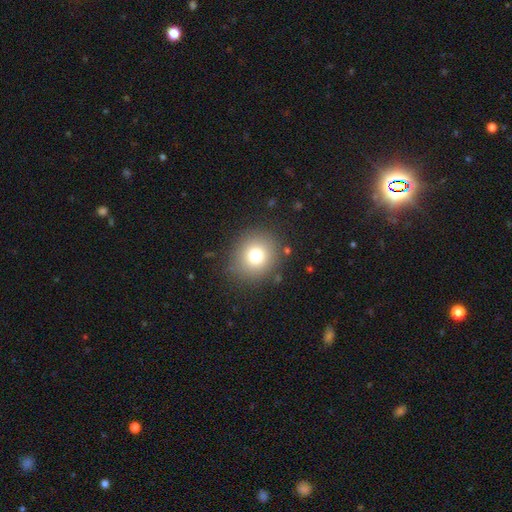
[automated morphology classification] smooth-or-featured: smooth: 76% | star or artifact: 13% | featured or disk: 11%
  how-rounded: round: 86% | in between: 13% | cigar-shaped: 1%
  merging: none: 86% | minor disturbance: 8% | major disturbance: 4% | merger: 2%